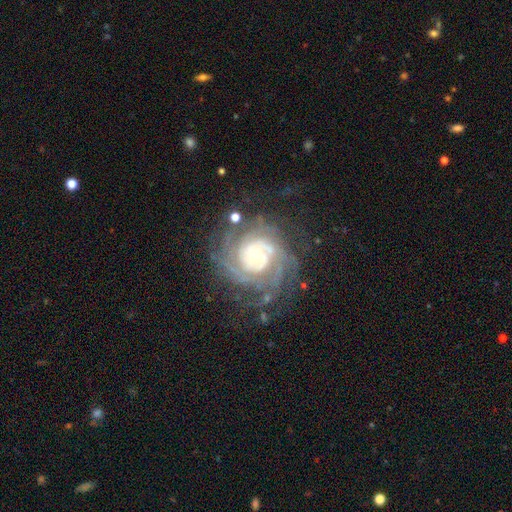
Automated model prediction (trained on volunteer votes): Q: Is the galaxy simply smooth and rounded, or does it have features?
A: featured or disk — 89%.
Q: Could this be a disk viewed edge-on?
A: no — 98%.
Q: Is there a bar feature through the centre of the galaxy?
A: no — 75%.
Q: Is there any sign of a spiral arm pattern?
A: yes — 97%.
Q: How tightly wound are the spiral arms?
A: tight — 74%.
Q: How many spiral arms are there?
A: can't tell — 25%.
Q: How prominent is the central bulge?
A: small — 59%.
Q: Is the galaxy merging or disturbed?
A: none — 70%.